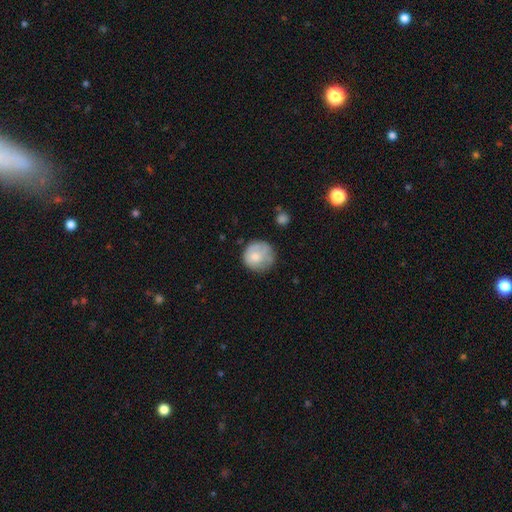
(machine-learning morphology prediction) Smooth or featured?
  - smooth: 68% *
  - featured or disk: 24%
  - star or artifact: 7%
How rounded?
  - round: 89% *
  - in between: 10%
  - cigar-shaped: 1%
Merging?
  - none: 62% *
  - minor disturbance: 25%
  - major disturbance: 10%
  - merger: 3%